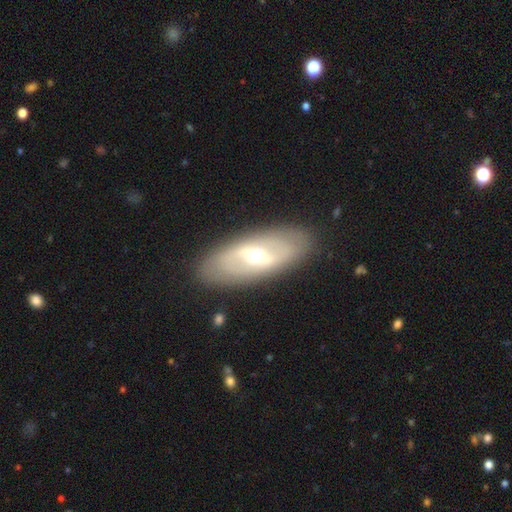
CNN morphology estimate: Overall: featured or disk (66%; smooth 28%). Edge-on disk: no (83%). Bar: weak (42%; strong 39%). Spiral arms: no (56%; yes 44%). Bulge size: moderate (60%; small 34%). Merging: none (87%).